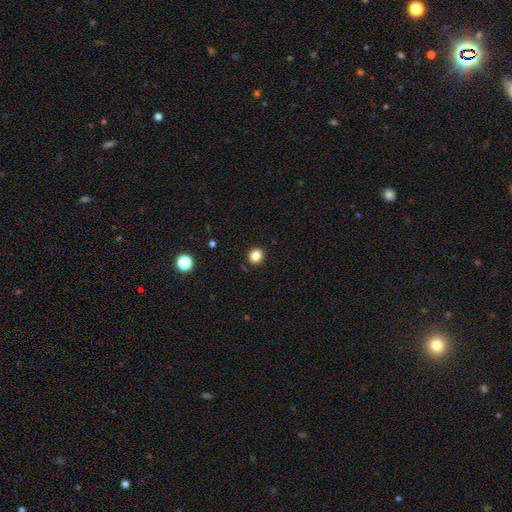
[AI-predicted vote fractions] smooth_or_featured: smooth (p=0.84) [alt: star or artifact p=0.12]
how_rounded: round (p=0.86) [alt: in between p=0.13]
merging: none (p=0.91) [alt: minor disturbance p=0.06]